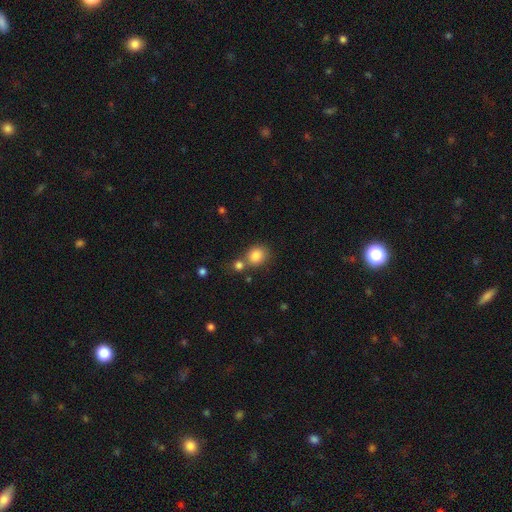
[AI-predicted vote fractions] Overall: smooth (84%). How rounded: round (68%; in between 31%). Merging: none (58%; merger 26%).